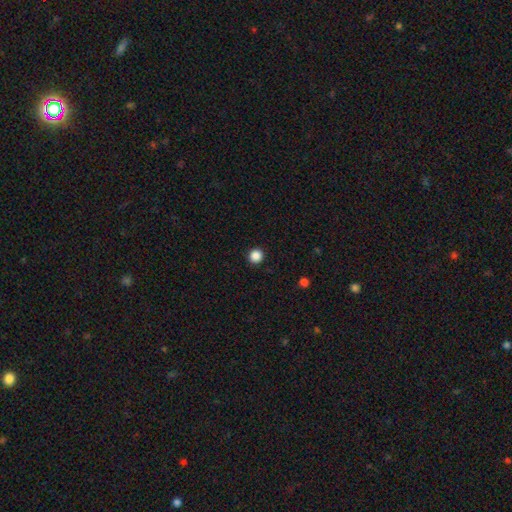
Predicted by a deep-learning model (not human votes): The model was most divided on "smooth or featured": smooth: 87%, star or artifact: 11%, featured or disk: 3%. More confident: how rounded — round (95%); merging — none (93%).